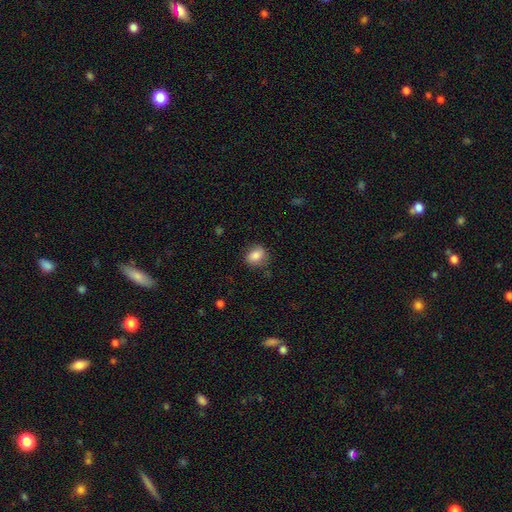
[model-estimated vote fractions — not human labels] smooth 84%, star or artifact 9%, featured or disk 8%. Down the decision tree: how rounded — in between (60%); merging — none (77%).